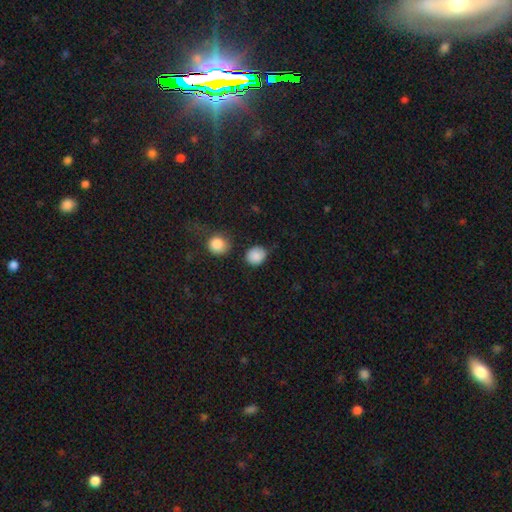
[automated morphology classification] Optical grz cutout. It shows a smooth galaxy with no disk features (86%) that is round (76%). Merging: none (72%).